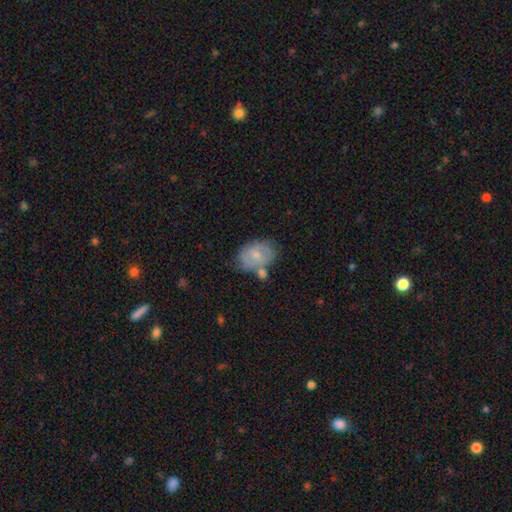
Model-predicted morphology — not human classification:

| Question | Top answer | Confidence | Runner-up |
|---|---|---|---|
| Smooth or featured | smooth | 51% | featured or disk (42%) |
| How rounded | in between | 76% | round (23%) |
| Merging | none | 48% | minor disturbance (23%) |